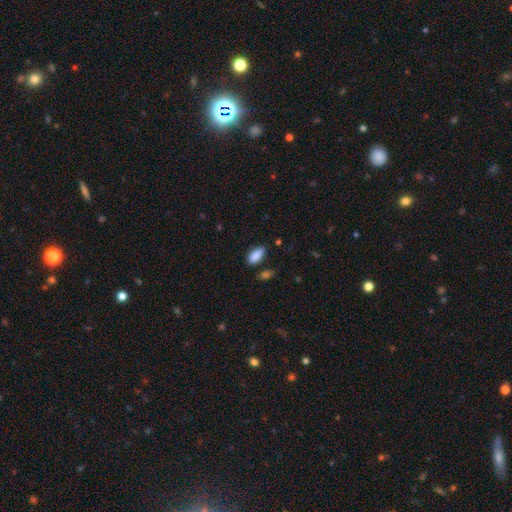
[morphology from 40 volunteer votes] This appears to be a smooth galaxy with no disk features (90%) that is in between round and cigar-shaped (92%). Merging: none (49%).